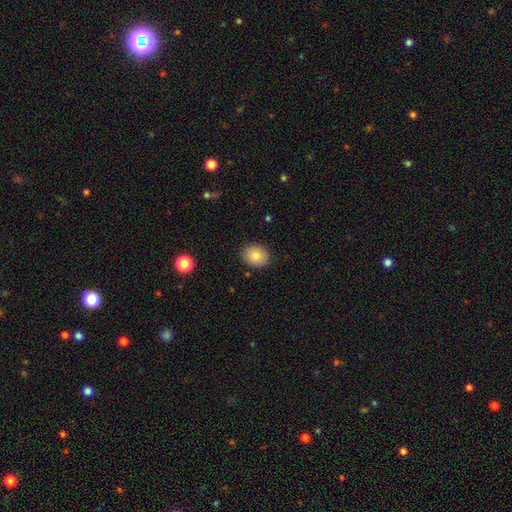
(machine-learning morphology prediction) type=smooth (85%); roundness=in between (53%); merging=none (86%).